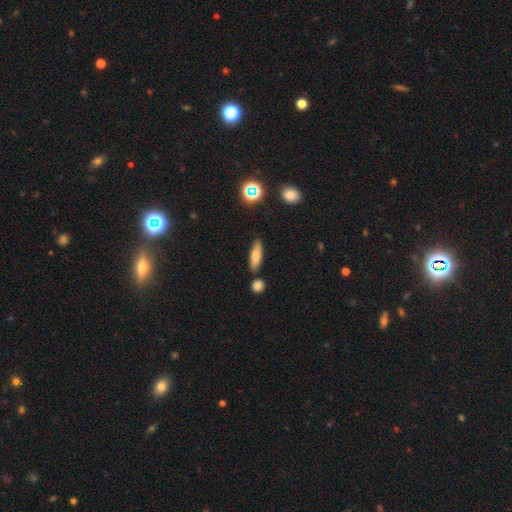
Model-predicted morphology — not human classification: type=smooth (75%); roundness=cigar-shaped (49%); merging=none (78%).